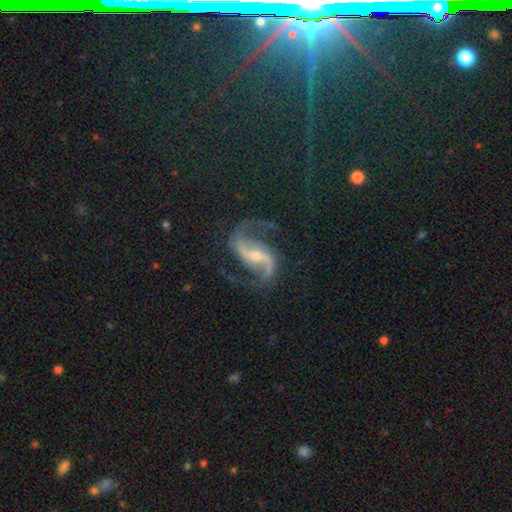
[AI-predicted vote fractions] A featured or disk galaxy (89%) with a strong bar (35%), 2 (93%) loose (64%) spiral arms (97%) and a small central bulge (51%). Merging: none (74%).